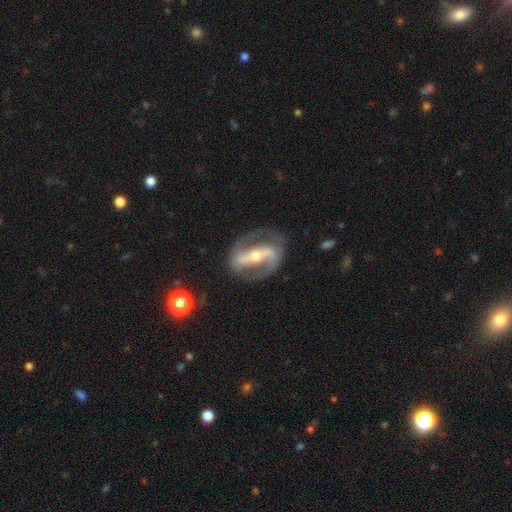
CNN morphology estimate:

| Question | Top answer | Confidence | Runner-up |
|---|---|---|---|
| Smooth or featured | featured or disk | 89% | smooth (6%) |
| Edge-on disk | no | 95% | yes (5%) |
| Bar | strong | 70% | weak (18%) |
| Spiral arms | yes | 92% | no (8%) |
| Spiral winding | medium | 49% | tight (29%) |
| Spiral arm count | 2 | 91% | can't tell (4%) |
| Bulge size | moderate | 51% | small (44%) |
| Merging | none | 80% | minor disturbance (12%) |